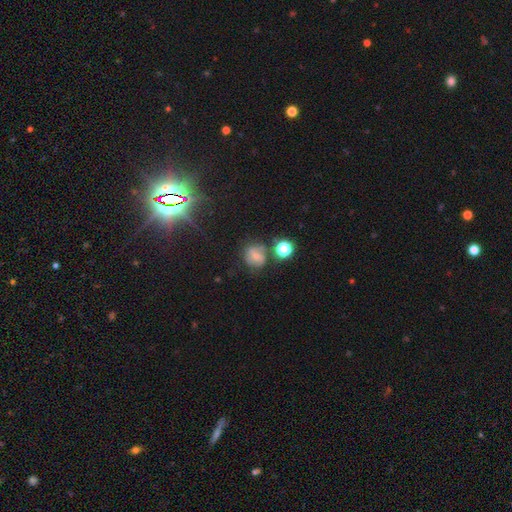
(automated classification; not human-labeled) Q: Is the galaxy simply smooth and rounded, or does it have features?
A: smooth — 50%.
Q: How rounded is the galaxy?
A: round — 77%.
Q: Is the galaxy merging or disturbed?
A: none — 60%.